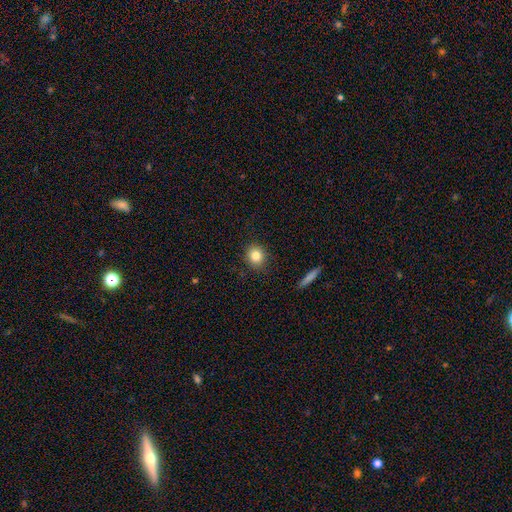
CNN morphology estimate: Smooth or featured: smooth — 82% (star or artifact — 10%)
How rounded: round — 79% (in between — 20%)
Merging: none — 88% (minor disturbance — 8%)